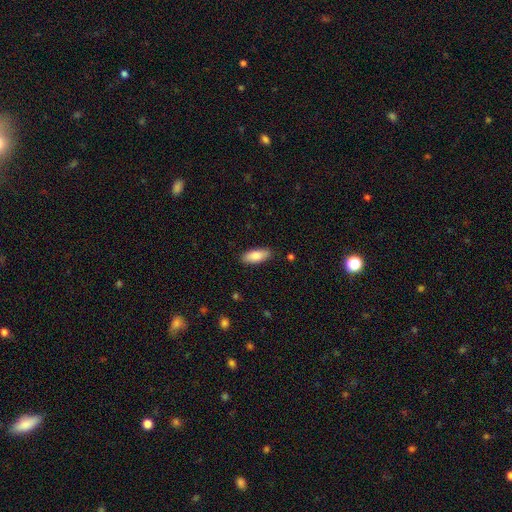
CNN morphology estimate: smooth_or_featured: smooth (p=0.84) [alt: featured or disk p=0.10]
how_rounded: in between (p=0.80) [alt: cigar-shaped p=0.18]
merging: none (p=0.87) [alt: minor disturbance p=0.10]